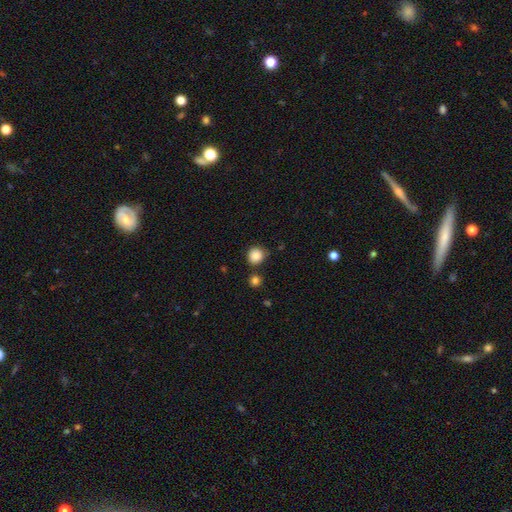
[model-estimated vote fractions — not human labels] Smooth or featured?
  - smooth: 87% *
  - star or artifact: 10%
  - featured or disk: 3%
How rounded?
  - round: 90% *
  - in between: 9%
  - cigar-shaped: 1%
Merging?
  - none: 80% *
  - minor disturbance: 11%
  - merger: 6%
  - major disturbance: 3%